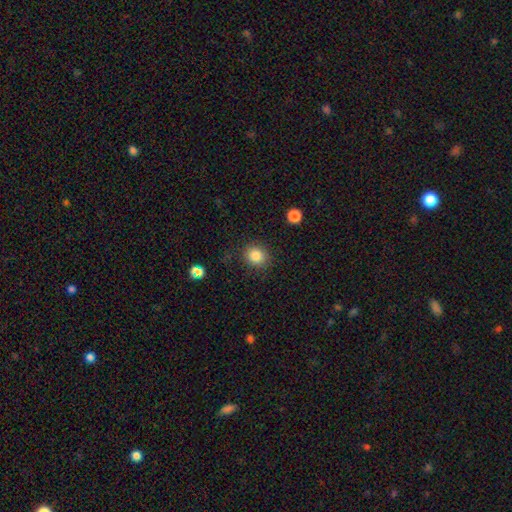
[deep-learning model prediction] A smooth galaxy with no disk features (84%) that is round (79%).

Vote fractions:
- Smooth or featured? smooth: 84% / star or artifact: 10% / featured or disk: 5%
- How rounded? round: 79% / in between: 20% / cigar-shaped: 1%
- Merging? none: 85% / minor disturbance: 10% / major disturbance: 3% / merger: 2%